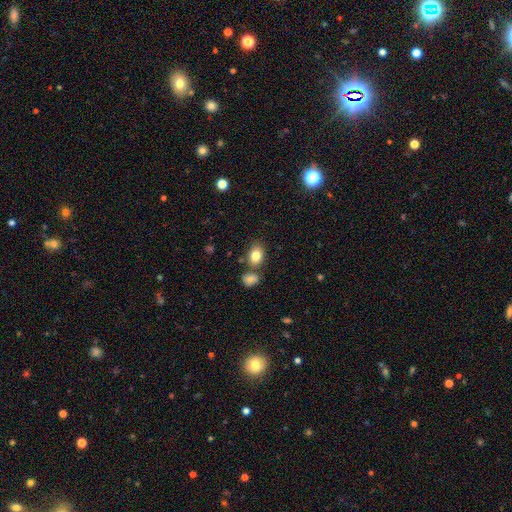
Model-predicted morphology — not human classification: A smooth galaxy with no disk features (83%) that is in between round and cigar-shaped (68%).

Vote fractions:
- Smooth or featured? smooth: 83% / star or artifact: 9% / featured or disk: 8%
- How rounded? in between: 68% / round: 31% / cigar-shaped: 1%
- Merging? none: 68% / merger: 16% / minor disturbance: 13% / major disturbance: 3%